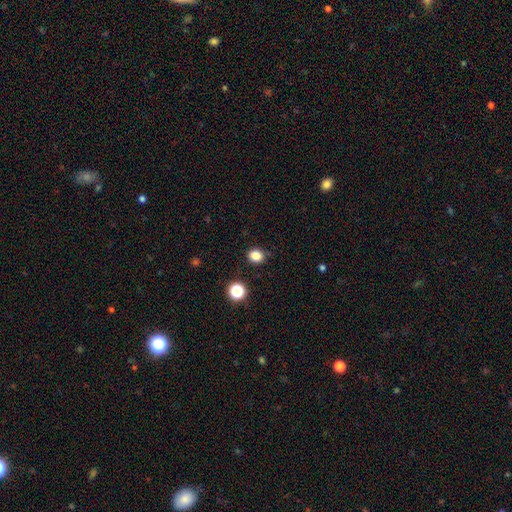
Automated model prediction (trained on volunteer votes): Smooth or featured? Predicted: smooth (p=0.83). How rounded? Predicted: round (p=0.68). Merging? Predicted: none (p=0.86).